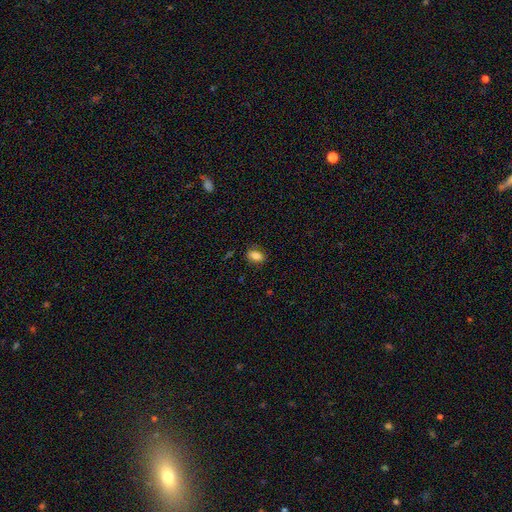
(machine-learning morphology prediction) Smooth or featured? Predicted: smooth (p=0.83). How rounded? Predicted: in between (p=0.84). Merging? Predicted: none (p=0.84).